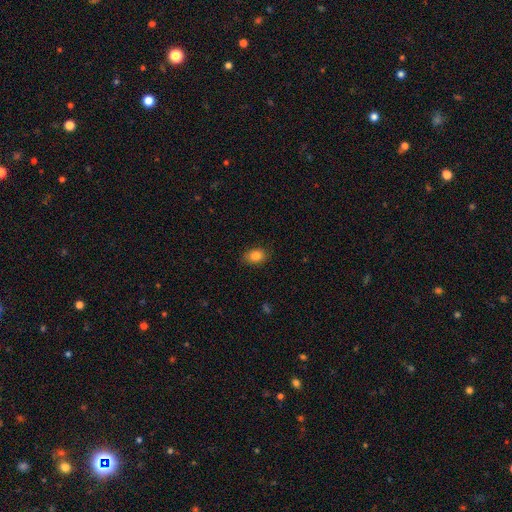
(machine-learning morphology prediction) smooth 85%, star or artifact 10%, featured or disk 6%. Down the decision tree: how rounded — in between (76%); merging — none (85%).